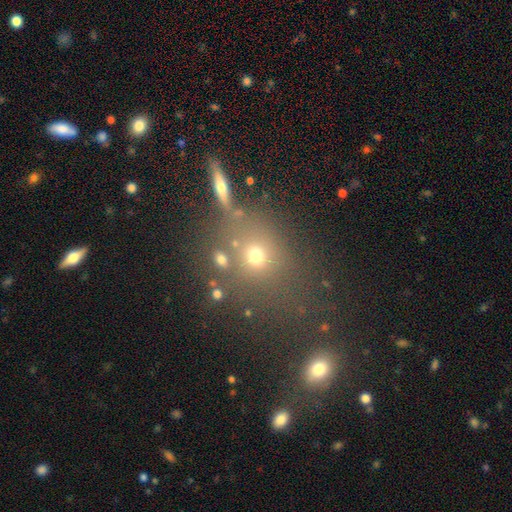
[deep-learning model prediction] smooth 63%, star or artifact 22%, featured or disk 15%. Down the decision tree: how rounded — round (73%); merging — none (63%).